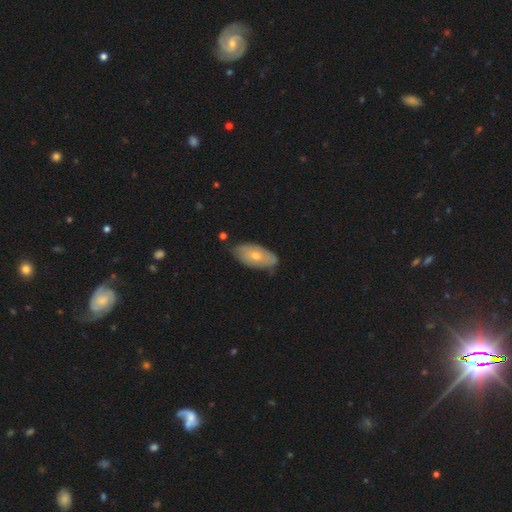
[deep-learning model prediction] smooth_or_featured: smooth (p=0.61) [alt: featured or disk p=0.34]
how_rounded: in between (p=0.92) [alt: cigar-shaped p=0.05]
merging: none (p=0.67) [alt: minor disturbance p=0.27]